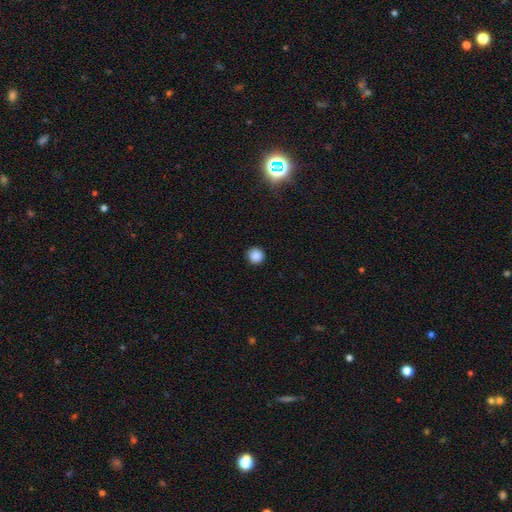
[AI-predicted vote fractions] Smooth or featured? Predicted: smooth (p=0.88). How rounded? Predicted: round (p=0.95). Merging? Predicted: none (p=0.92).